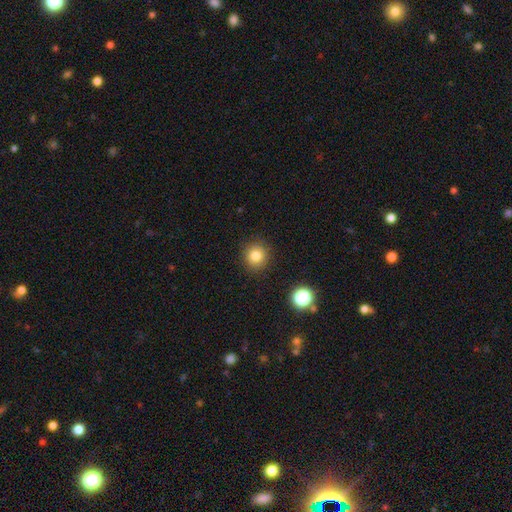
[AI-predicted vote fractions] A smooth galaxy with no disk features (81%) that is round (92%). Merging: none (90%).